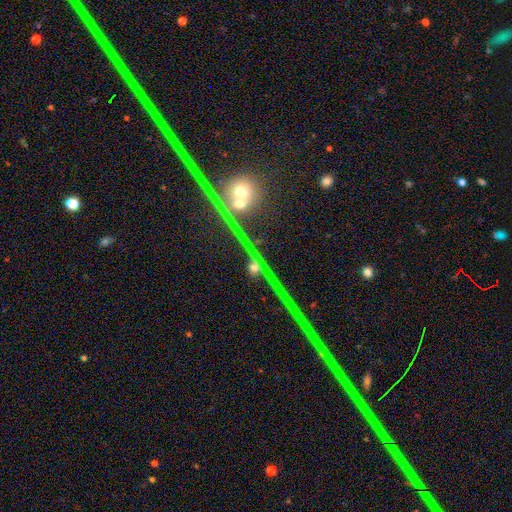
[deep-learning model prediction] Smooth or featured? star or artifact (52%)